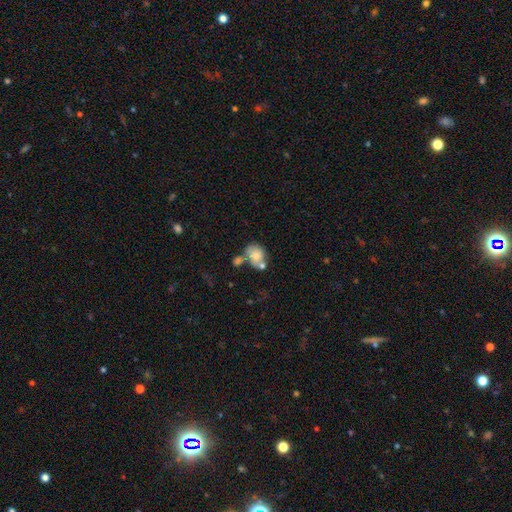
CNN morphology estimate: smooth 70%, featured or disk 22%, star or artifact 8%. Down the decision tree: how rounded — in between (54%); merging — merger (40%).